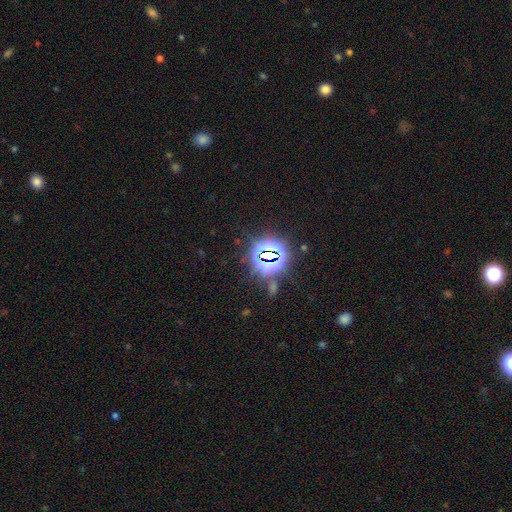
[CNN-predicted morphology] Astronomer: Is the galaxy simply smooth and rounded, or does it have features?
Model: star or artifact — 82%.